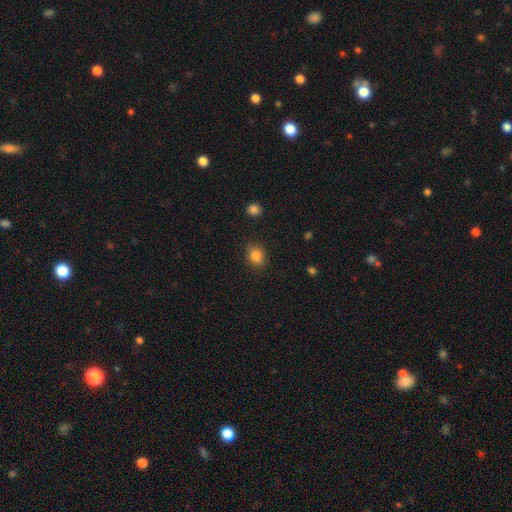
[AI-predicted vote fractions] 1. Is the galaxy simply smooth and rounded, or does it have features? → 85% smooth, 10% star or artifact, 5% featured or disk.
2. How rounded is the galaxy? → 55% in between, 44% round, 1% cigar-shaped.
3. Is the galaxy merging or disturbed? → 83% none, 12% minor disturbance, 3% major disturbance, 1% merger.